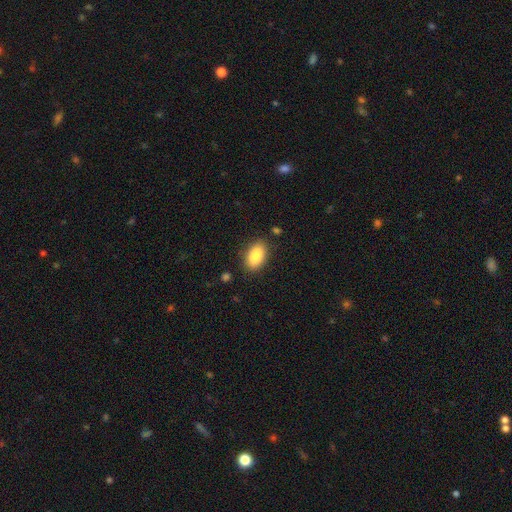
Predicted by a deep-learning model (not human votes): Q: Smooth or featured?
A: smooth (87%); runner-up: star or artifact (7%)
Q: How rounded?
A: in between (93%); runner-up: round (5%)
Q: Merging?
A: none (85%); runner-up: minor disturbance (11%)